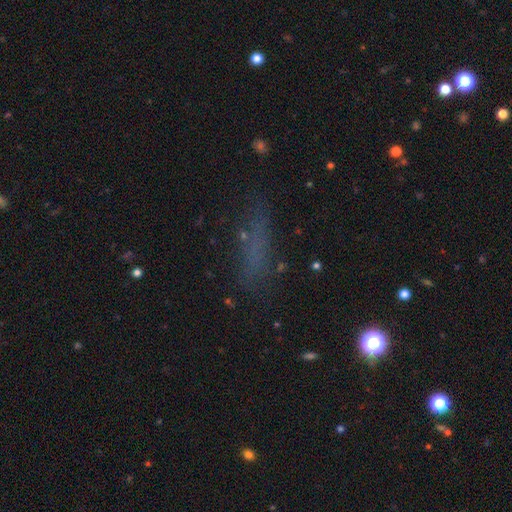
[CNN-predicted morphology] This appears to be a smooth galaxy with no disk features (49%). Merging: none (66%).